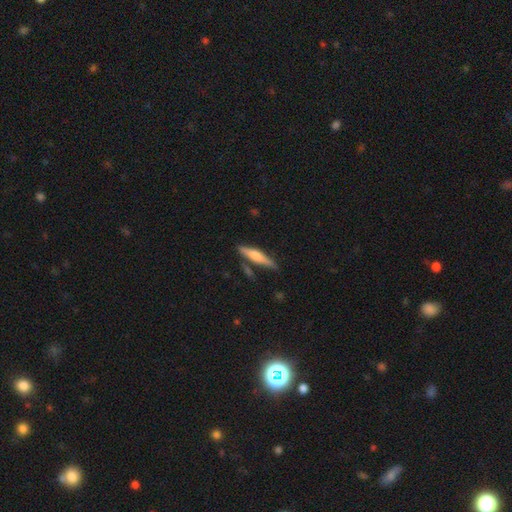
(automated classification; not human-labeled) A smooth galaxy with no disk features (54%) that is cigar-shaped (84%).

Vote fractions:
- Smooth or featured? smooth: 54% / featured or disk: 41% / star or artifact: 6%
- How rounded? cigar-shaped: 84% / in between: 14% / round: 2%
- Merging? none: 77% / minor disturbance: 14% / merger: 6% / major disturbance: 3%